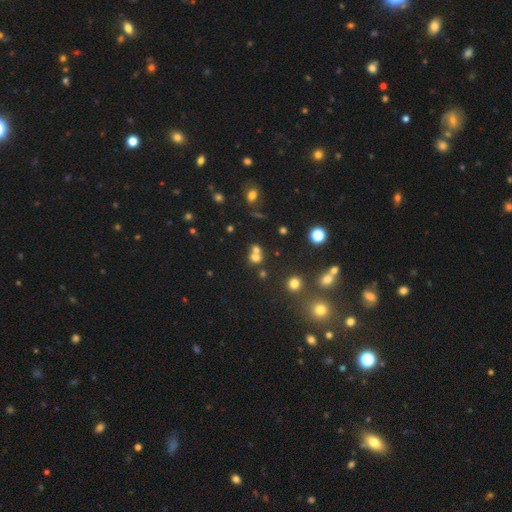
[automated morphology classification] The model was most divided on "merging": merger: 54%, none: 36%, minor disturbance: 6%, major disturbance: 4%. More confident: how rounded — round (76%); smooth or featured — smooth (64%).